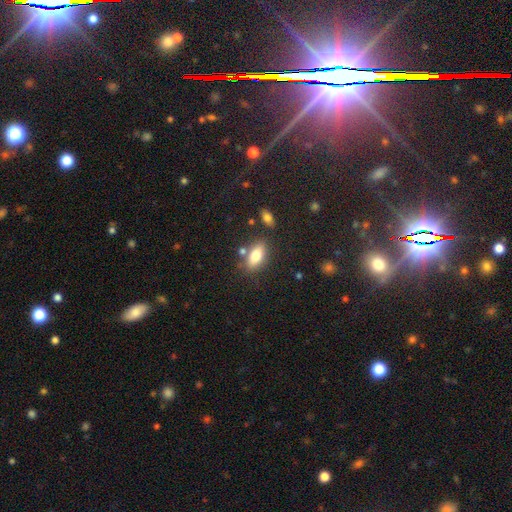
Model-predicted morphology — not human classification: This is likely a smooth galaxy (76%). How rounded: clearly in between (84%). Merging: likely none (76%).